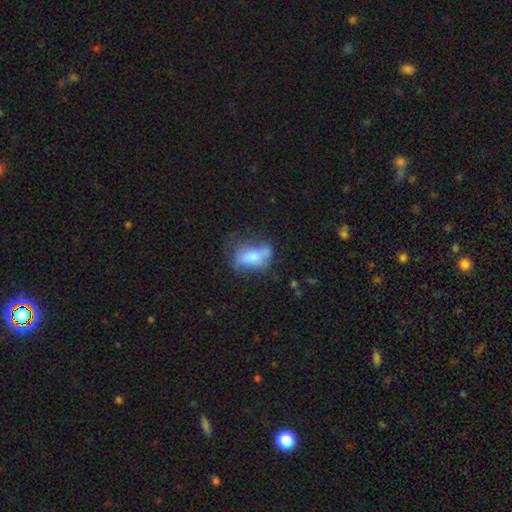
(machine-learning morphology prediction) A smooth galaxy with no disk features (58%) that is in between round and cigar-shaped (82%).

Vote fractions:
- Smooth or featured? smooth: 58% / featured or disk: 33% / star or artifact: 9%
- How rounded? in between: 82% / cigar-shaped: 10% / round: 8%
- Merging? none: 35% / minor disturbance: 27% / major disturbance: 25% / merger: 13%